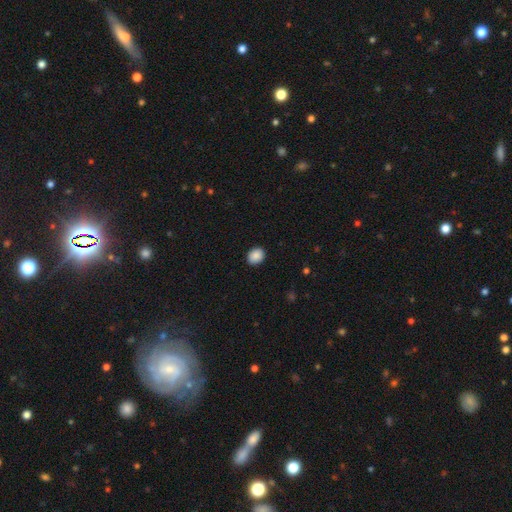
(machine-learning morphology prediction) Smooth or featured?
  - smooth: 89% *
  - star or artifact: 8%
  - featured or disk: 3%
How rounded?
  - in between: 52% *
  - round: 47%
  - cigar-shaped: 1%
Merging?
  - none: 90% *
  - minor disturbance: 7%
  - major disturbance: 2%
  - merger: 1%